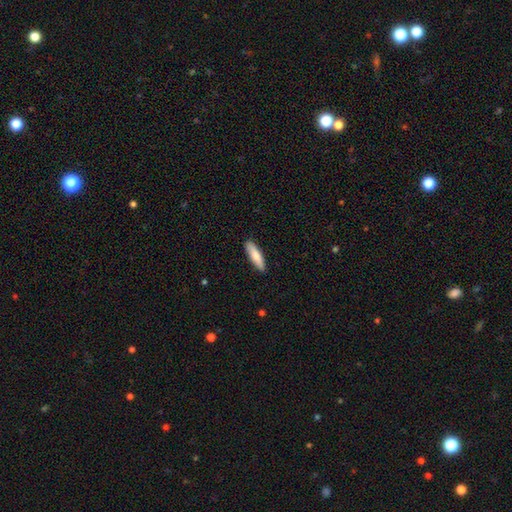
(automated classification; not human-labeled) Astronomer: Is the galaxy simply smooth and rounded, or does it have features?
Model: smooth — 80%.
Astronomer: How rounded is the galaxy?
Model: cigar-shaped — 71%.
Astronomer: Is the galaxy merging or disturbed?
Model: none — 88%.